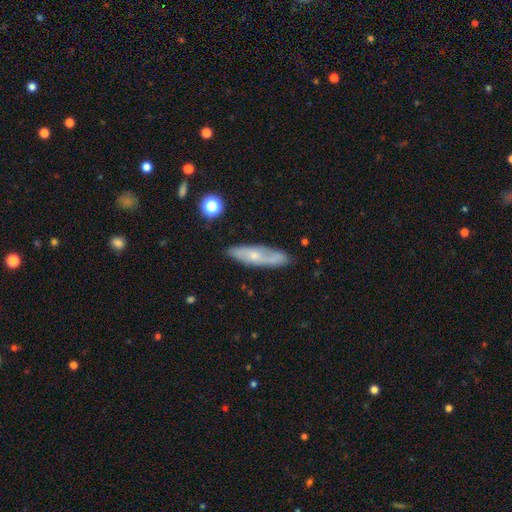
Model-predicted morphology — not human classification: This is possibly a featured or disk galaxy (52%). It is likely not viewed edge-on (63%). Merging: likely none (78%).